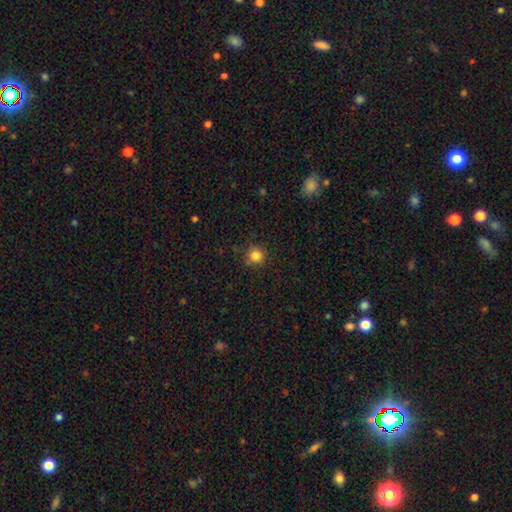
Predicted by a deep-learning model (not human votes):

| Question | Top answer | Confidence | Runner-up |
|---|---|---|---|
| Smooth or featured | smooth | 83% | star or artifact (13%) |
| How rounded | round | 93% | in between (6%) |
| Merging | none | 84% | minor disturbance (10%) |